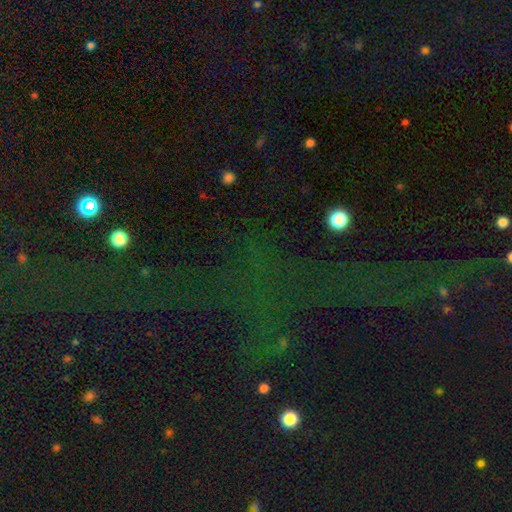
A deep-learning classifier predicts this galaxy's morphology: A star or artifact, not a galaxy (68%).

Vote fractions:
- Smooth or featured? star or artifact: 68% / smooth: 17% / featured or disk: 15%